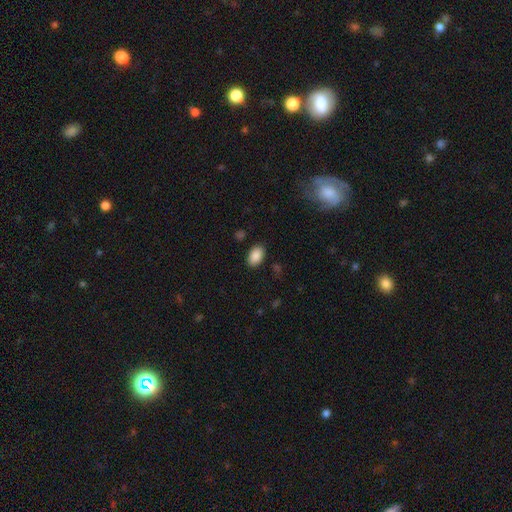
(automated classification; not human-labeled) smooth_or_featured: smooth (p=0.88) [alt: star or artifact p=0.07]
how_rounded: in between (p=0.91) [alt: round p=0.08]
merging: none (p=0.87) [alt: minor disturbance p=0.09]